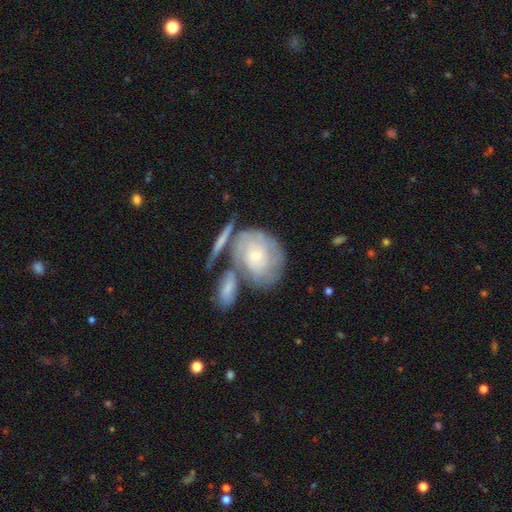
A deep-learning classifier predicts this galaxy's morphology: A featured or disk galaxy (60%) with no bar (79%), spiral arms (76%) and a small central bulge (67%).

Vote fractions:
- Smooth or featured? featured or disk: 60% / smooth: 33% / star or artifact: 7%
- Edge-on disk? no: 94% / yes: 6%
- Bar? no: 79% / weak: 18% / strong: 4%
- Spiral arms? yes: 76% / no: 24%
- Bulge size? small: 67% / moderate: 26% / none: 3% / large: 2% / dominant: 1%
- Merging? none: 43% / merger: 30% / minor disturbance: 17% / major disturbance: 10%